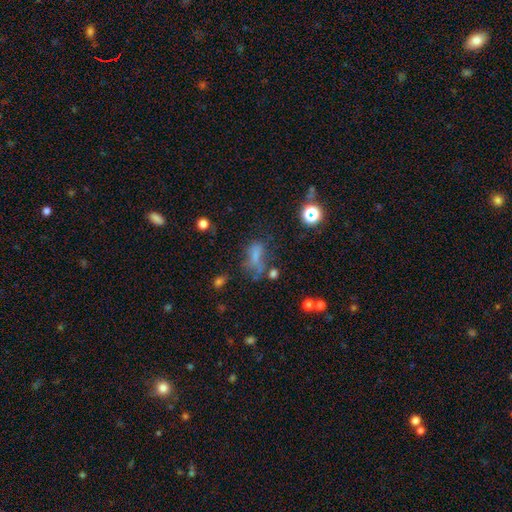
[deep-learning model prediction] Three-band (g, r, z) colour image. It shows a smooth galaxy with no disk features (53%) that is in between round and cigar-shaped (76%). Merging: none (34%).